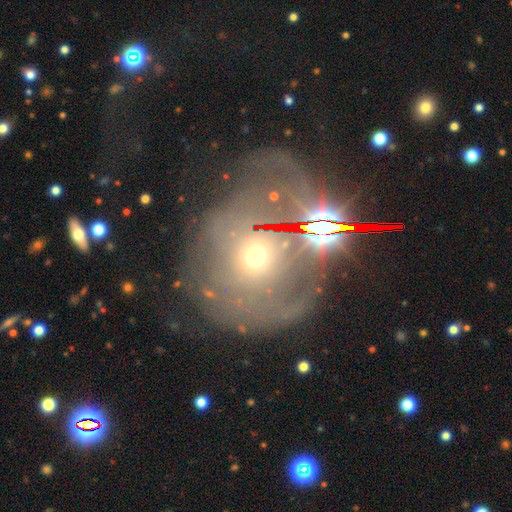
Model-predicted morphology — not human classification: smooth-or-featured: featured or disk: 42% | smooth: 31% | star or artifact: 27%
  merging: none: 44% | major disturbance: 28% | minor disturbance: 17% | merger: 11%